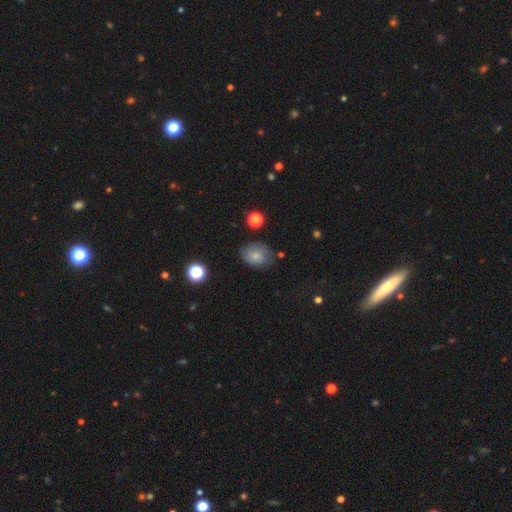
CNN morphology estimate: Q: Smooth or featured?
A: smooth (76%); runner-up: featured or disk (13%)
Q: How rounded?
A: in between (66%); runner-up: round (33%)
Q: Merging?
A: none (69%); runner-up: minor disturbance (22%)